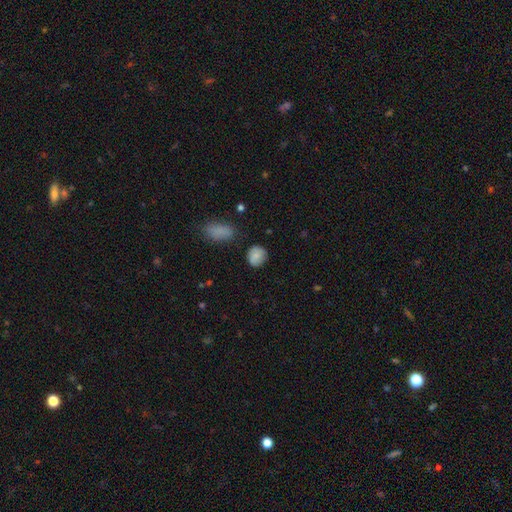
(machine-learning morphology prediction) Q: Smooth or featured?
A: smooth (81%); runner-up: featured or disk (11%)
Q: How rounded?
A: round (74%); runner-up: in between (24%)
Q: Merging?
A: none (77%); runner-up: minor disturbance (17%)